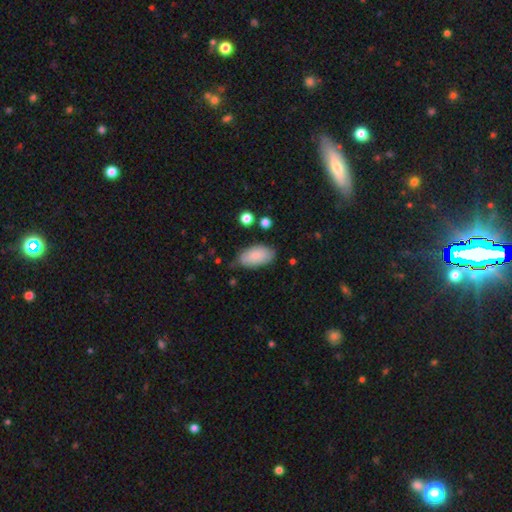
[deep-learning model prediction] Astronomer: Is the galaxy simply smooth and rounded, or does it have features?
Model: smooth — 80%.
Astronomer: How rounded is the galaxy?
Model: in between — 94%.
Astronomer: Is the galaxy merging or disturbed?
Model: none — 73%.